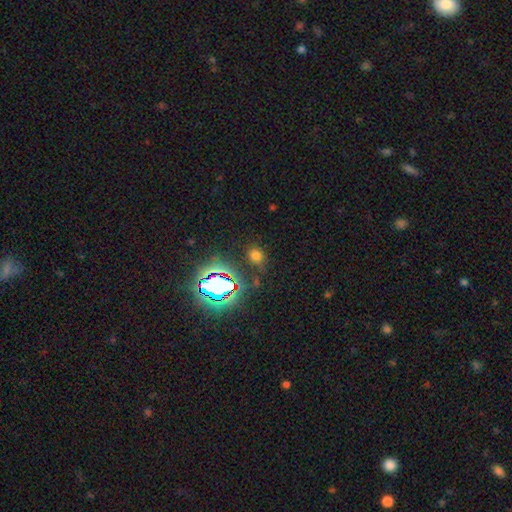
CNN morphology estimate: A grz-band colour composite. It shows a smooth galaxy with no disk features (59%) that is round (65%). Merging: none (78%).